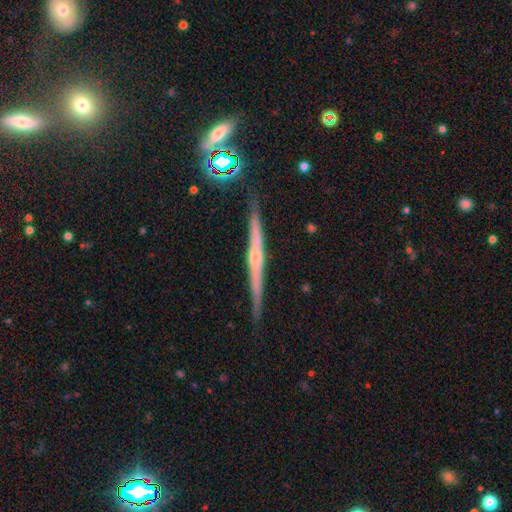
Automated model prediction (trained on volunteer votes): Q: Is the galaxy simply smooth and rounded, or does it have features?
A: featured or disk — 78%.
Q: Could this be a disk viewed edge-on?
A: yes — 98%.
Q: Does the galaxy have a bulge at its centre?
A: rounded — 69%.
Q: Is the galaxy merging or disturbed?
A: none — 87%.